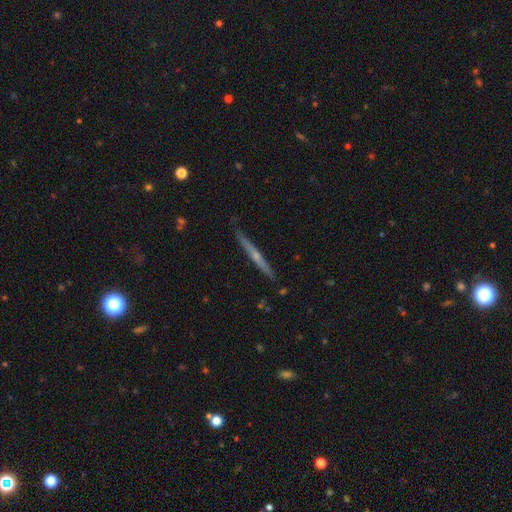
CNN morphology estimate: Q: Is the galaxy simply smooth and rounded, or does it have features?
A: featured or disk — 69%.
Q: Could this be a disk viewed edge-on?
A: yes — 98%.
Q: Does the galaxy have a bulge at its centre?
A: rounded — 63%.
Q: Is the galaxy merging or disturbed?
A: none — 89%.